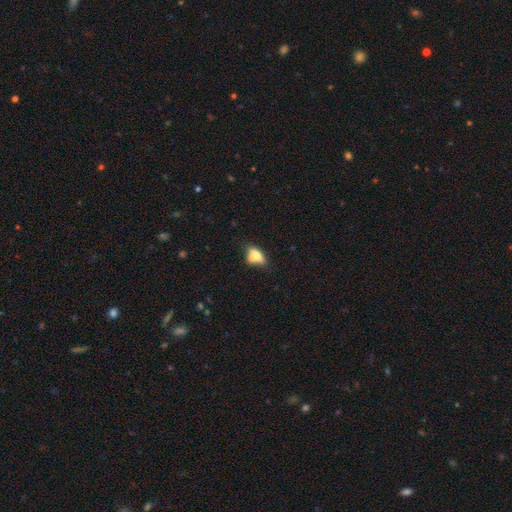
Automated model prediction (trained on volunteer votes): Q: Smooth or featured?
A: smooth (67%); runner-up: featured or disk (23%)
Q: How rounded?
A: in between (81%); runner-up: round (11%)
Q: Merging?
A: none (38%); runner-up: minor disturbance (28%)